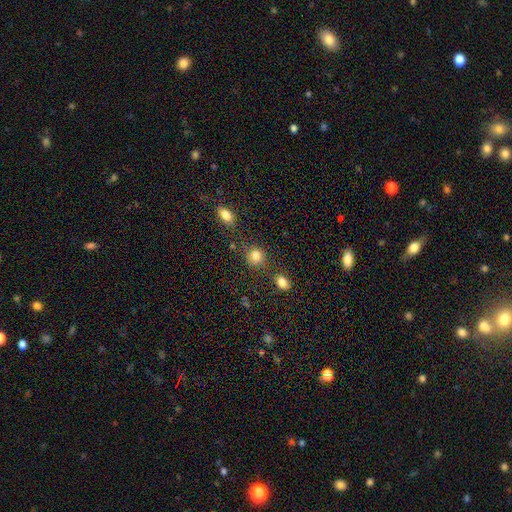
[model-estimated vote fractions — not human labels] Smooth or featured? smooth (82%)
How rounded? round (82%)
Merging? none (73%)